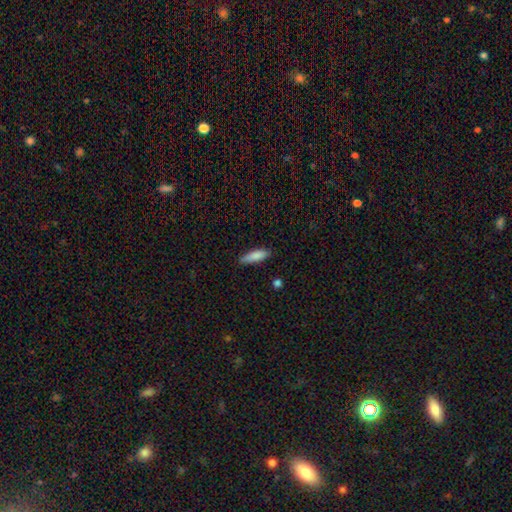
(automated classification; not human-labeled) Overall: smooth (85%). How rounded: cigar-shaped (61%; in between 37%). Merging: none (81%).